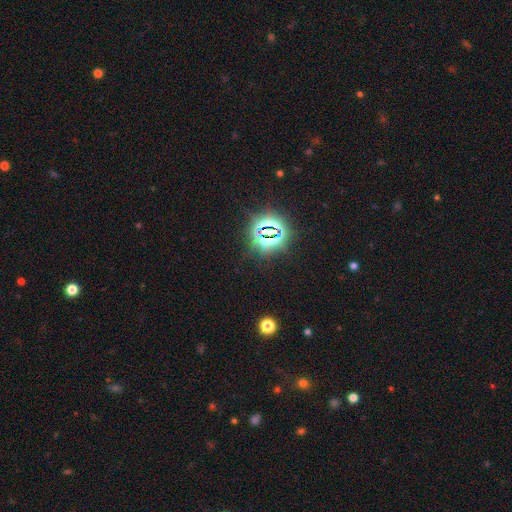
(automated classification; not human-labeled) The model was most divided on "smooth or featured": star or artifact: 80%, smooth: 13%, featured or disk: 6%.